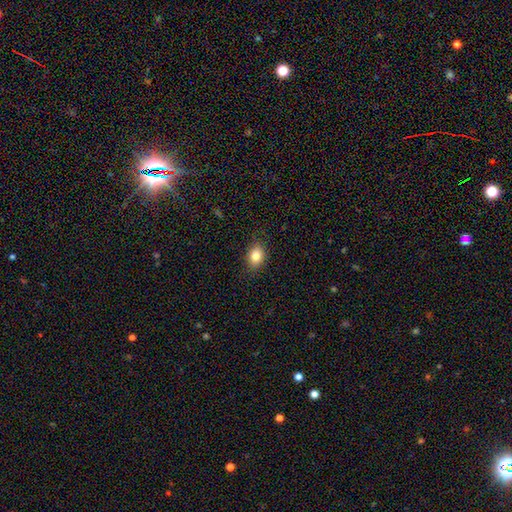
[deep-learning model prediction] This appears to be a smooth galaxy with no disk features (83%) that is in between round and cigar-shaped (73%). Merging: none (87%).